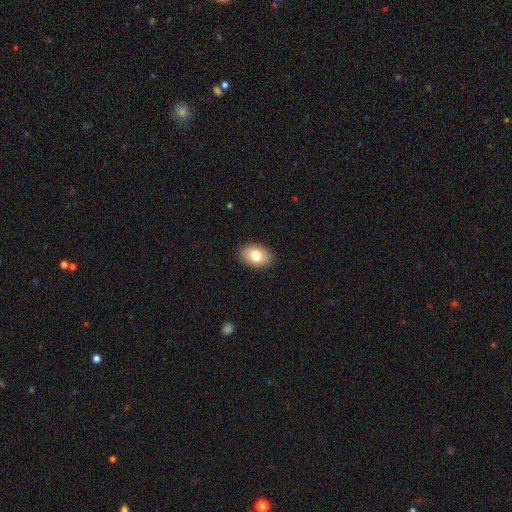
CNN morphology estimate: This is likely a smooth galaxy (80%). How rounded: clearly in between (82%). Merging: clearly none (90%).